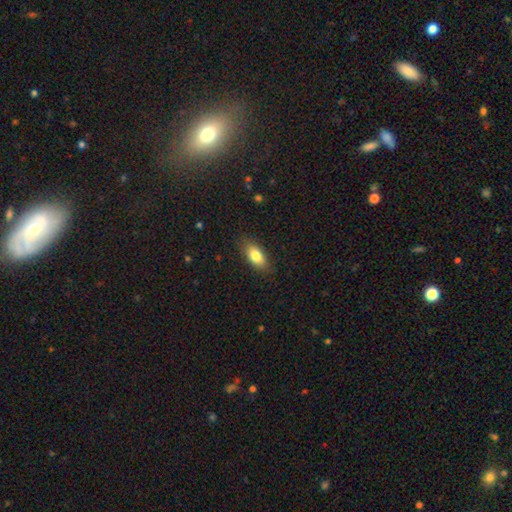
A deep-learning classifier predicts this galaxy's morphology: A smooth galaxy with no disk features (82%) that is in between round and cigar-shaped (87%).

Vote fractions:
- Smooth or featured? smooth: 82% / featured or disk: 11% / star or artifact: 7%
- How rounded? in between: 87% / cigar-shaped: 9% / round: 4%
- Merging? none: 85% / minor disturbance: 11% / major disturbance: 3% / merger: 1%